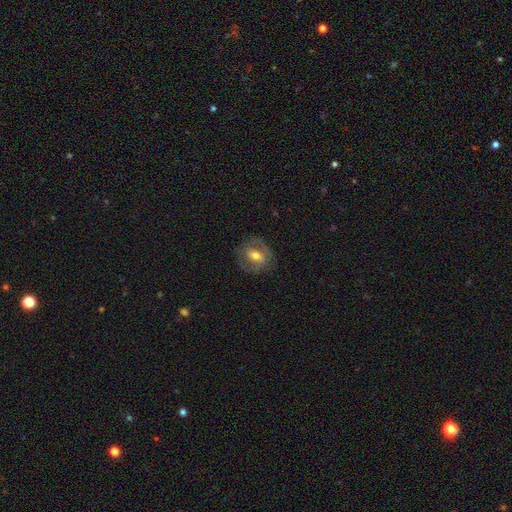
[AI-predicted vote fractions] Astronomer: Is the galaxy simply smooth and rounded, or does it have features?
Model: featured or disk — 55% (runner-up: smooth, 37%).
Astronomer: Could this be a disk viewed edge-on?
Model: no — 92%.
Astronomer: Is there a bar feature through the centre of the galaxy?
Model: weak — 38% (runner-up: strong, 33%).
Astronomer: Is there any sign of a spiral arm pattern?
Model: no — 50%, tied with yes at 50%.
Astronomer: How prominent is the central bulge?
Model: moderate — 66%.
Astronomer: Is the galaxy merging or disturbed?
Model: none — 77%.